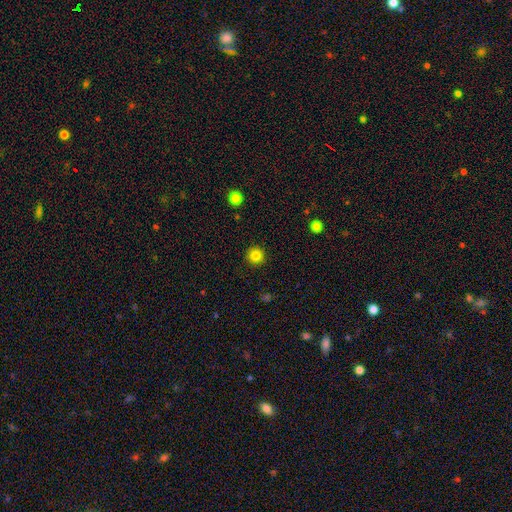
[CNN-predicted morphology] A smooth galaxy with no disk features (83%) that is round (95%).

Vote fractions:
- Smooth or featured? smooth: 83% / star or artifact: 12% / featured or disk: 5%
- How rounded? round: 95% / in between: 4% / cigar-shaped: 1%
- Merging? none: 92% / minor disturbance: 5% / major disturbance: 2% / merger: 1%